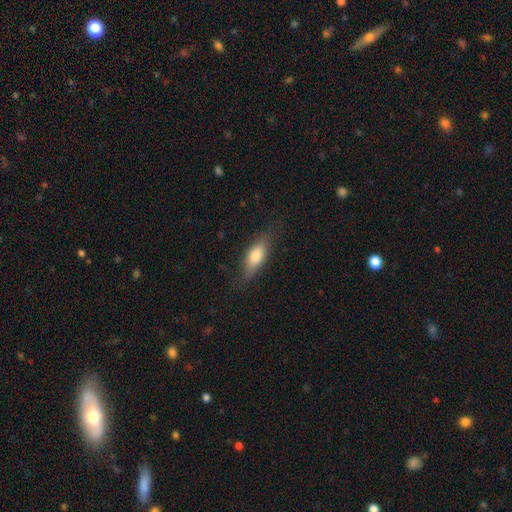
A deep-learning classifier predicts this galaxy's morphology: Q: Smooth or featured?
A: smooth (69%); runner-up: featured or disk (24%)
Q: How rounded?
A: in between (65%); runner-up: cigar-shaped (32%)
Q: Merging?
A: none (79%); runner-up: minor disturbance (15%)